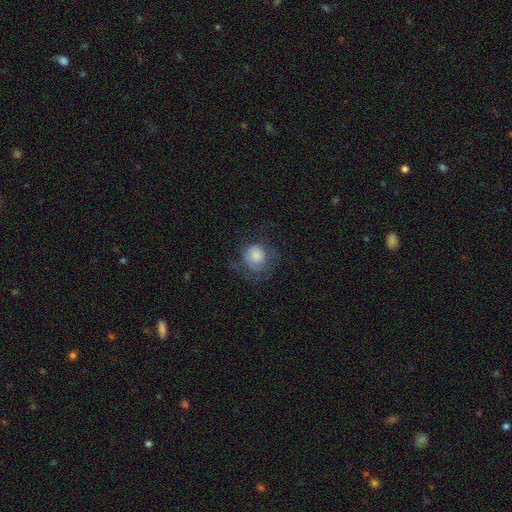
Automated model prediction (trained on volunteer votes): The model was most divided on "merging": none: 51%, major disturbance: 25%, minor disturbance: 22%, merger: 1%. More confident: how rounded — round (81%); smooth or featured — smooth (67%).